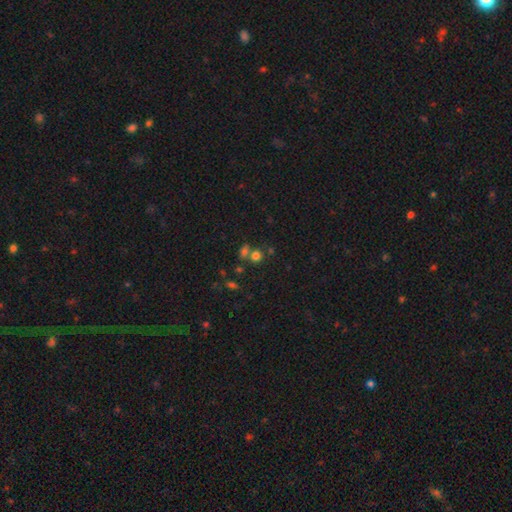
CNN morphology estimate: A smooth galaxy with no disk features (68%) that is round (77%). Merging: none (52%).